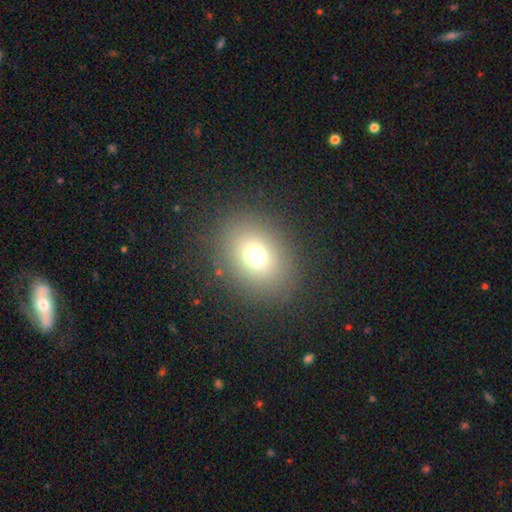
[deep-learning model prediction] Q: Smooth or featured?
A: smooth (71%); runner-up: star or artifact (17%)
Q: How rounded?
A: round (52%); runner-up: in between (47%)
Q: Merging?
A: none (85%); runner-up: minor disturbance (9%)